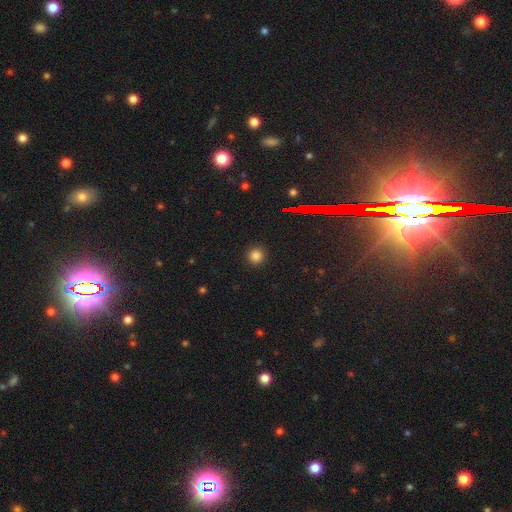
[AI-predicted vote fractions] Smooth or featured? smooth (82%)
How rounded? round (94%)
Merging? none (92%)